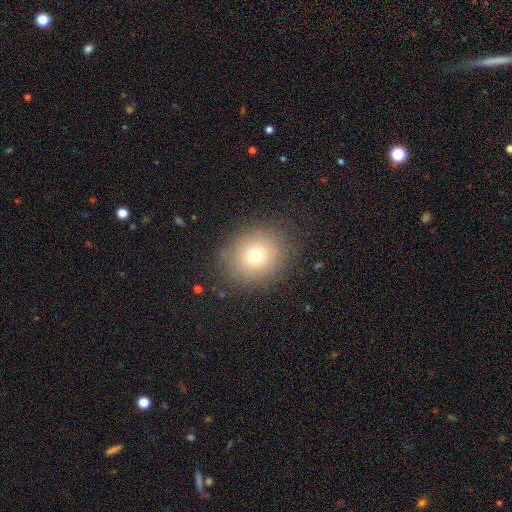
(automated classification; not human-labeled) Smooth or featured? Predicted: smooth (p=0.73). How rounded? Predicted: round (p=0.75). Merging? Predicted: none (p=0.86).